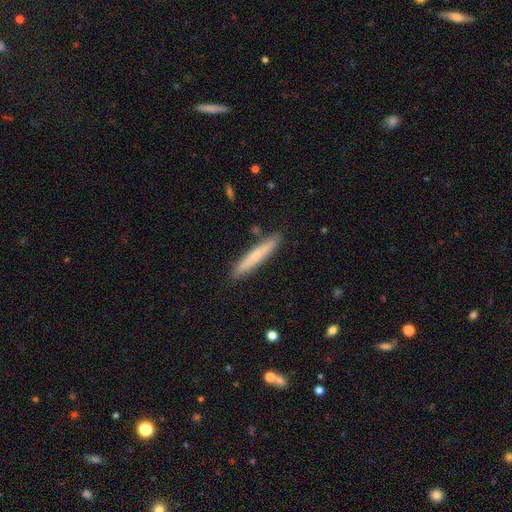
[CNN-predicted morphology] A smooth galaxy with no disk features (60%) that is cigar-shaped (94%). Merging: none (88%).